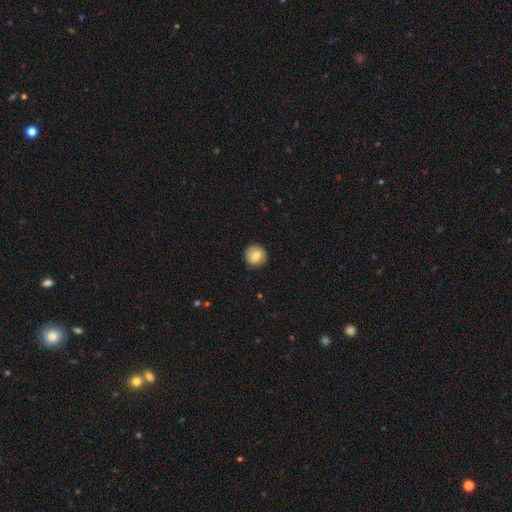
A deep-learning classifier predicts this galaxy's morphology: This appears to be a smooth galaxy with no disk features (78%) that is round (94%). Merging: none (91%).